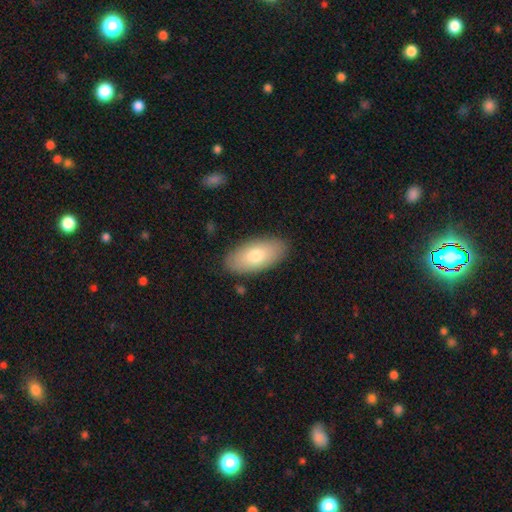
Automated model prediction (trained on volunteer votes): smooth-or-featured: smooth: 75% | featured or disk: 19% | star or artifact: 6%
  how-rounded: in between: 92% | cigar-shaped: 5% | round: 3%
  merging: none: 88% | minor disturbance: 9% | major disturbance: 2% | merger: 1%